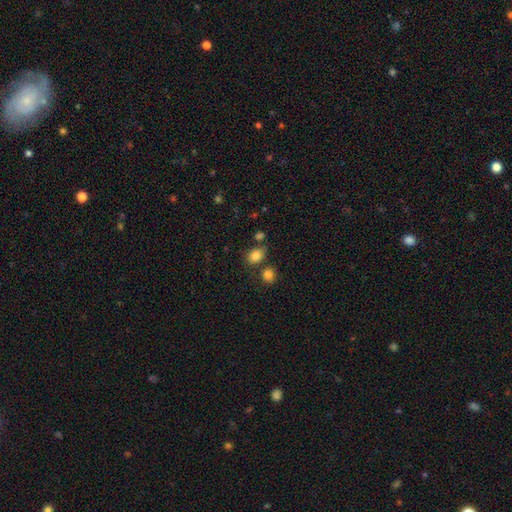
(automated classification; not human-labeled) This is clearly a smooth galaxy (83%). How rounded: possibly in between (59%). Merging: likely none (66%).